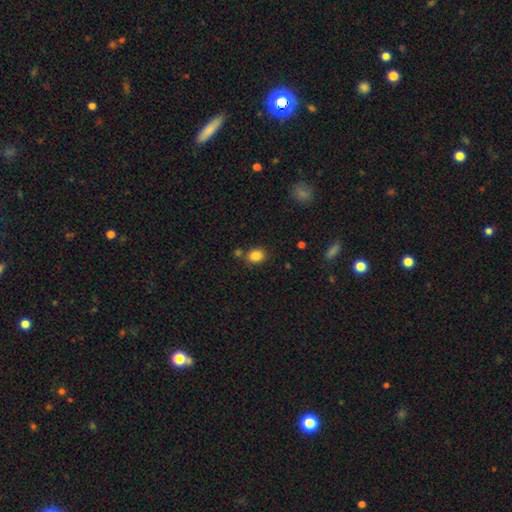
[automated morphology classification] Overall: smooth (85%). How rounded: round (61%; in between 38%). Merging: none (77%).